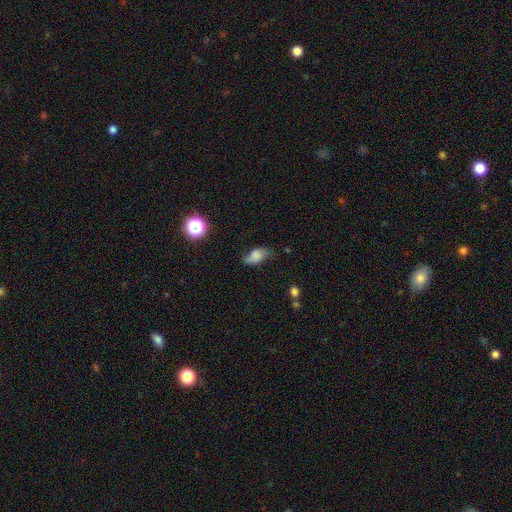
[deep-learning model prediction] Q: Smooth or featured?
A: smooth (69%); runner-up: featured or disk (20%)
Q: How rounded?
A: in between (87%); runner-up: round (8%)
Q: Merging?
A: none (56%); runner-up: minor disturbance (31%)